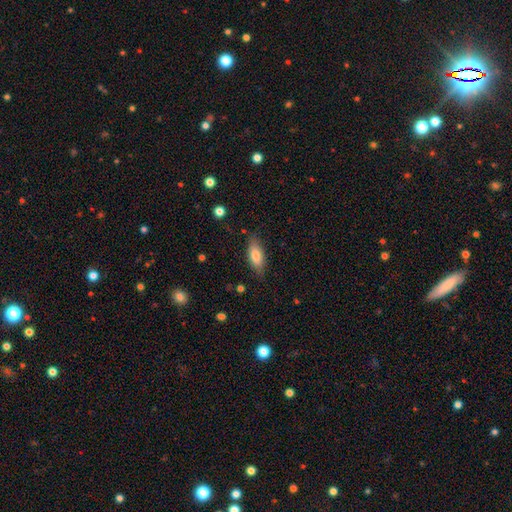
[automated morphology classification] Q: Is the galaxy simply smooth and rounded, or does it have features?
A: smooth — 76%.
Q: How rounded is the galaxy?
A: in between — 75%.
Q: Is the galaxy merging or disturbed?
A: none — 81%.